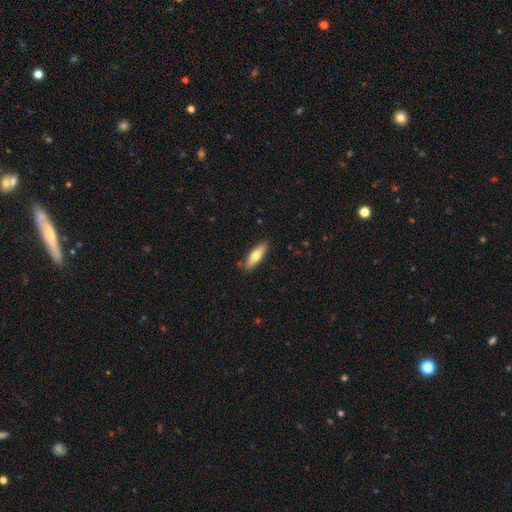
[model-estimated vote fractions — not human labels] smooth-or-featured: smooth: 65% | featured or disk: 30% | star or artifact: 6%
  how-rounded: cigar-shaped: 54% | in between: 44% | round: 2%
  merging: none: 86% | minor disturbance: 11% | major disturbance: 2% | merger: 1%